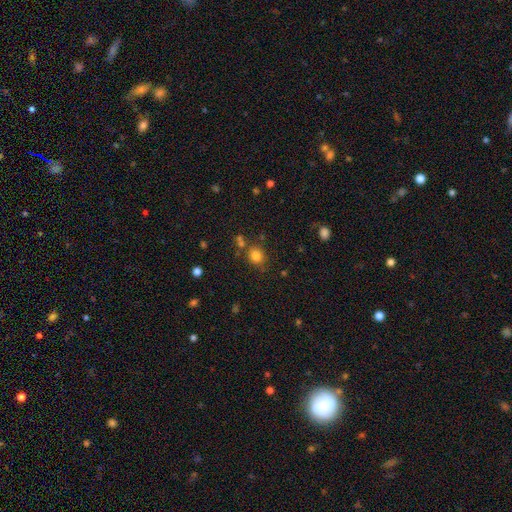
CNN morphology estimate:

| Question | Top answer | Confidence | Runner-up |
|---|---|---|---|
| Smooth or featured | smooth | 80% | star or artifact (14%) |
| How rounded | round | 74% | in between (25%) |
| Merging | none | 76% | minor disturbance (11%) |